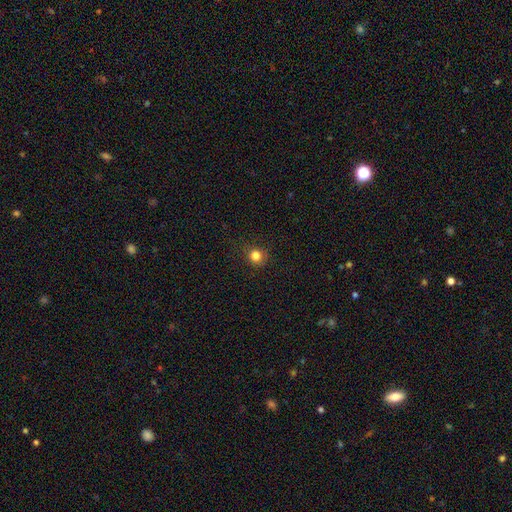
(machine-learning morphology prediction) type=smooth (80%); roundness=round (89%); merging=none (87%).